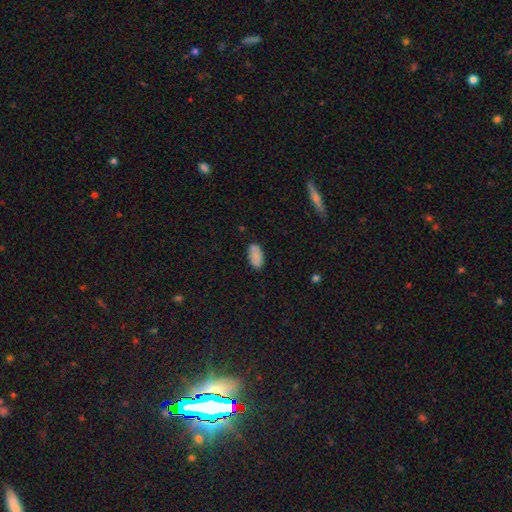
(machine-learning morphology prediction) A smooth galaxy with no disk features (84%) that is in between round and cigar-shaped (94%).

Vote fractions:
- Smooth or featured? smooth: 84% / star or artifact: 8% / featured or disk: 8%
- How rounded? in between: 94% / round: 3% / cigar-shaped: 3%
- Merging? none: 80% / minor disturbance: 15% / major disturbance: 3% / merger: 2%